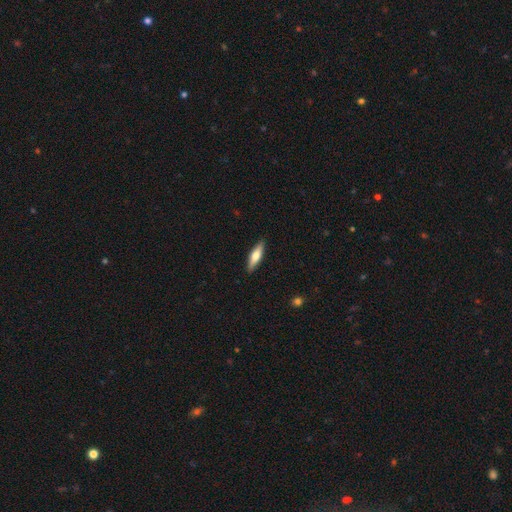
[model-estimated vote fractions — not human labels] smooth-or-featured: smooth: 57% | featured or disk: 37% | star or artifact: 6%
  how-rounded: cigar-shaped: 65% | in between: 33% | round: 2%
  merging: none: 90% | minor disturbance: 8% | major disturbance: 2% | merger: 1%